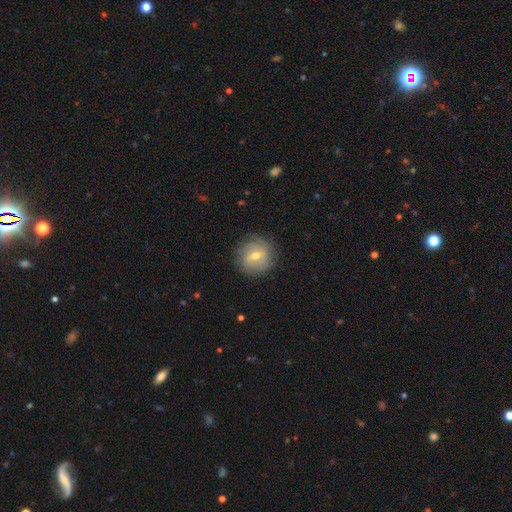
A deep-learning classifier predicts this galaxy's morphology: smooth_or_featured: featured or disk (p=0.50) [alt: smooth p=0.41]
disk_edge_on: no (p=0.94) [alt: yes p=0.06]
merging: none (p=0.82) [alt: minor disturbance p=0.12]